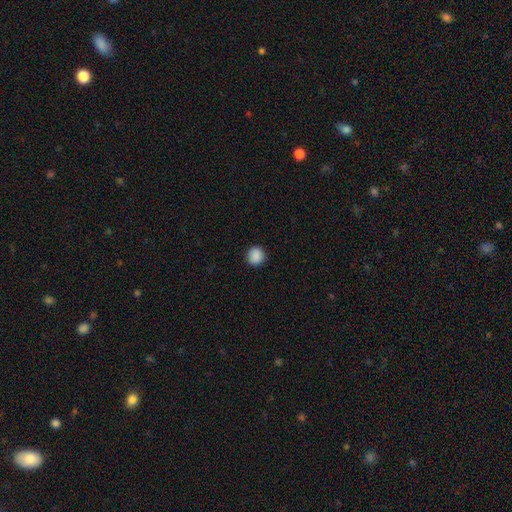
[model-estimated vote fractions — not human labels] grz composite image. It shows a smooth galaxy with no disk features (89%) that is round (91%). Merging: none (91%).